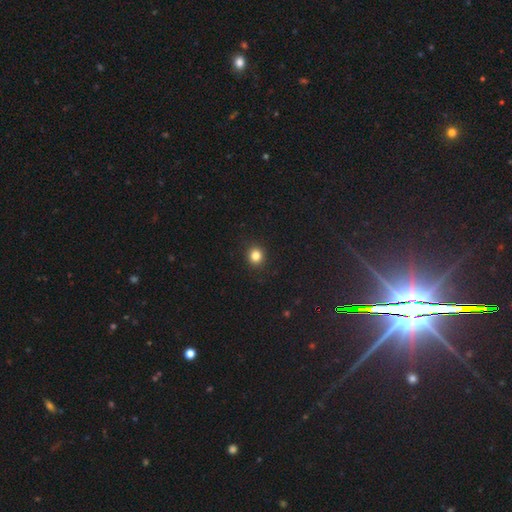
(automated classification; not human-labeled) smooth_or_featured: smooth (p=0.83) [alt: star or artifact p=0.12]
how_rounded: round (p=0.85) [alt: in between p=0.14]
merging: none (p=0.91) [alt: minor disturbance p=0.06]